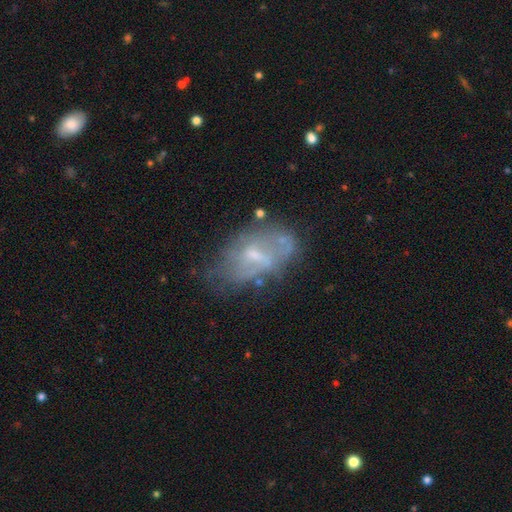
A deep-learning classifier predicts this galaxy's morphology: type=featured or disk (60%); edge-on=no (94%); bar=no (46%); spiral arms=no (65%); bulge=small (49%); merging=none (45%).